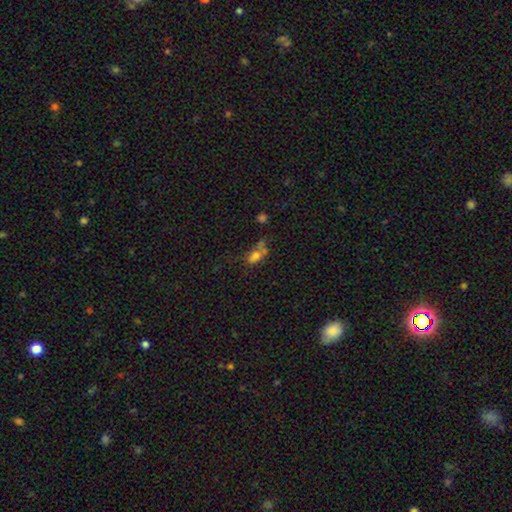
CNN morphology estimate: This is likely a smooth galaxy (63%). How rounded: likely in between (71%). Merging: marginally merger (40%).